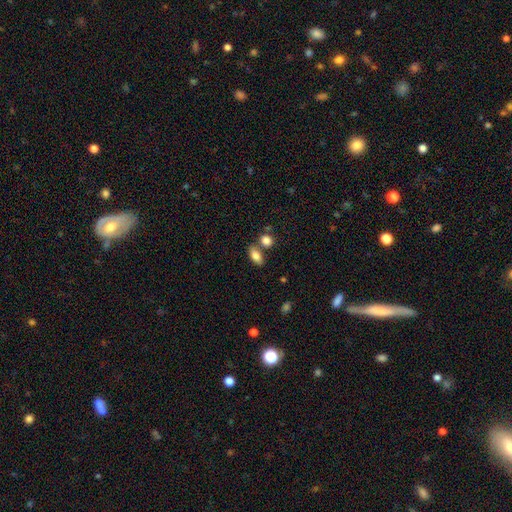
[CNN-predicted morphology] Smooth or featured? Predicted: smooth (p=0.82). How rounded? Predicted: in between (p=0.86). Merging? Predicted: none (p=0.63).